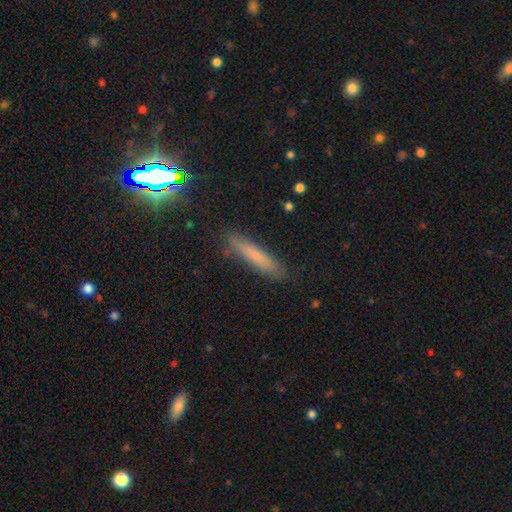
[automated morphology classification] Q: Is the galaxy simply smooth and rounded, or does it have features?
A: smooth — 72%.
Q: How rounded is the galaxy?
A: cigar-shaped — 89%.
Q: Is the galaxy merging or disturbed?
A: none — 84%.